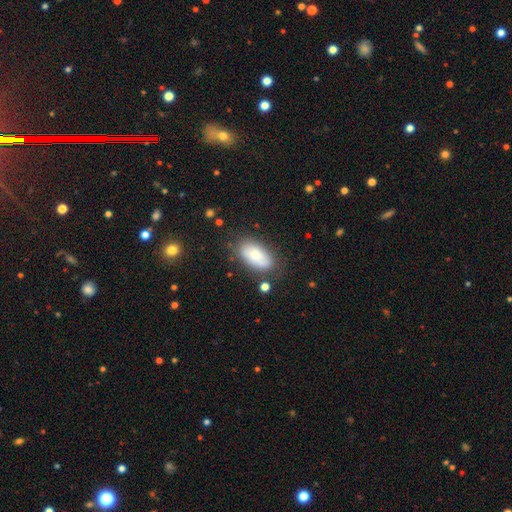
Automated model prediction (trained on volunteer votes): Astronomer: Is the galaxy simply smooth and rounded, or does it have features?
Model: smooth — 77%.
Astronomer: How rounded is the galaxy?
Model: in between — 92%.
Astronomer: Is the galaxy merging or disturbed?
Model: none — 73%.